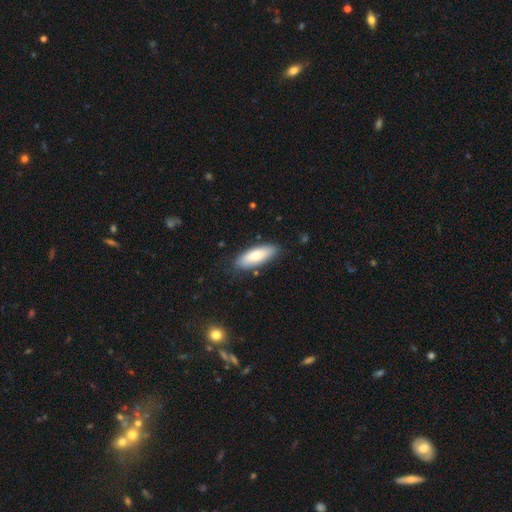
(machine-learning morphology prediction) Q: Smooth or featured?
A: smooth (80%); runner-up: featured or disk (15%)
Q: How rounded?
A: in between (68%); runner-up: cigar-shaped (30%)
Q: Merging?
A: none (83%); runner-up: minor disturbance (12%)